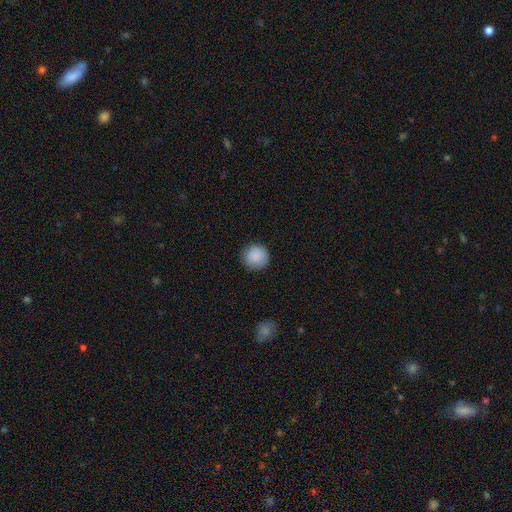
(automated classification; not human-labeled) A smooth galaxy with no disk features (88%) that is round (93%). Merging: none (86%).